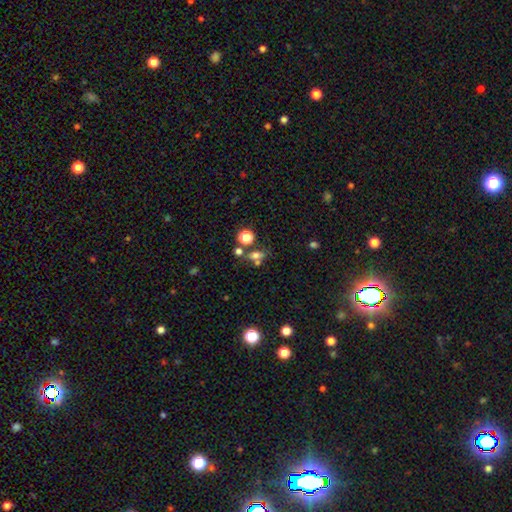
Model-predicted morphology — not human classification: This is likely a smooth galaxy (61%). How rounded: possibly in between (53%). Merging: possibly none (52%).